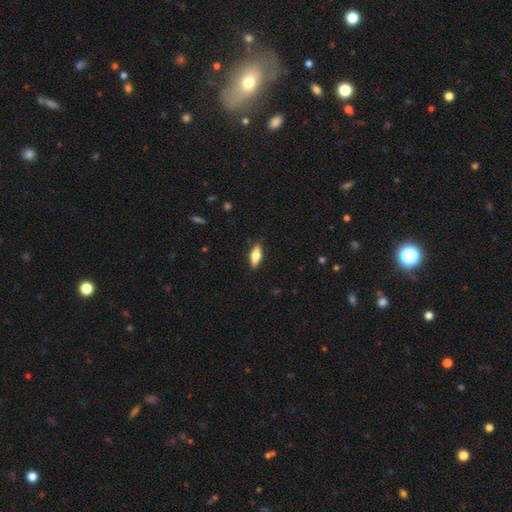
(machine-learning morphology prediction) A smooth galaxy with no disk features (69%) that is in between round and cigar-shaped (71%). Merging: none (87%).